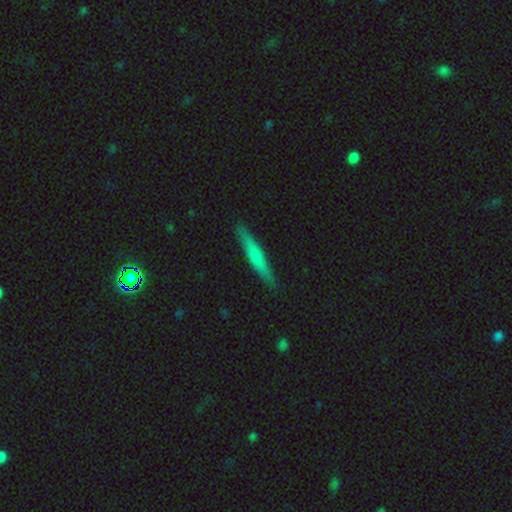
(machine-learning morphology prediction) Q: Smooth or featured?
A: smooth (61%); runner-up: featured or disk (34%)
Q: How rounded?
A: cigar-shaped (94%); runner-up: in between (5%)
Q: Merging?
A: none (88%); runner-up: minor disturbance (9%)